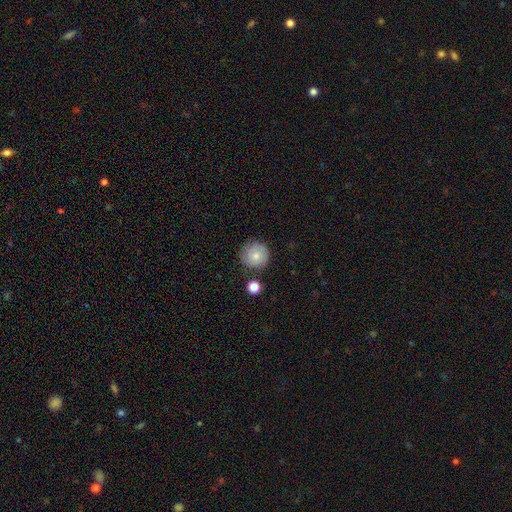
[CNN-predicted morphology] Overall: smooth (72%). How rounded: round (95%). Merging: none (80%).